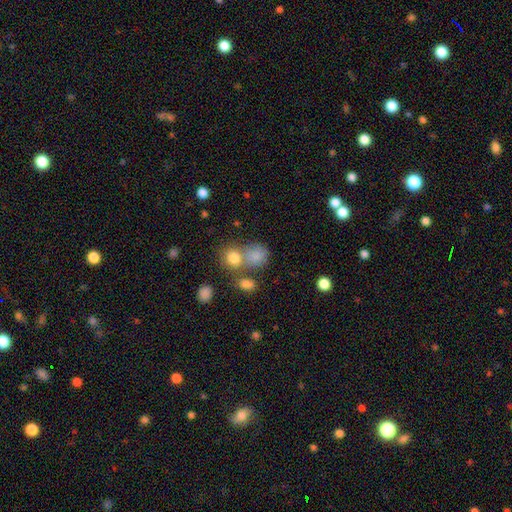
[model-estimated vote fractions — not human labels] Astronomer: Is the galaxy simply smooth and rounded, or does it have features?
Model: smooth — 79%.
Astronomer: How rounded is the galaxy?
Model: round — 63%.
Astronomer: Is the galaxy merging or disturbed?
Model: none — 41% (runner-up: merger, 40%).